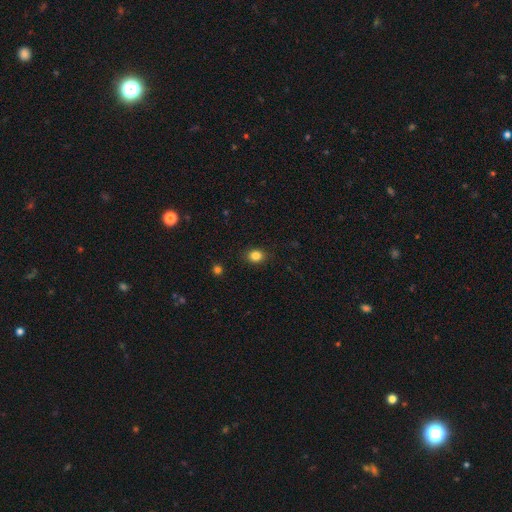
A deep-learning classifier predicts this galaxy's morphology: Smooth or featured? smooth (84%)
How rounded? round (57%)
Merging? none (89%)